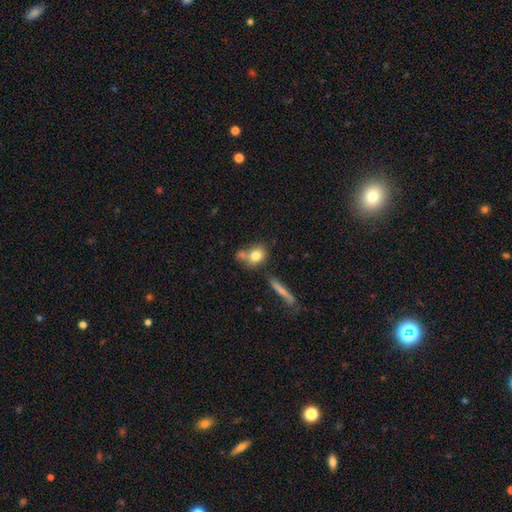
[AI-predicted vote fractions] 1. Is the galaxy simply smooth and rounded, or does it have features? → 77% smooth, 14% featured or disk, 9% star or artifact.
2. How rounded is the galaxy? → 53% round, 43% in between, 4% cigar-shaped.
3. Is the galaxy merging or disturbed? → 52% none, 30% merger, 13% minor disturbance, 6% major disturbance.